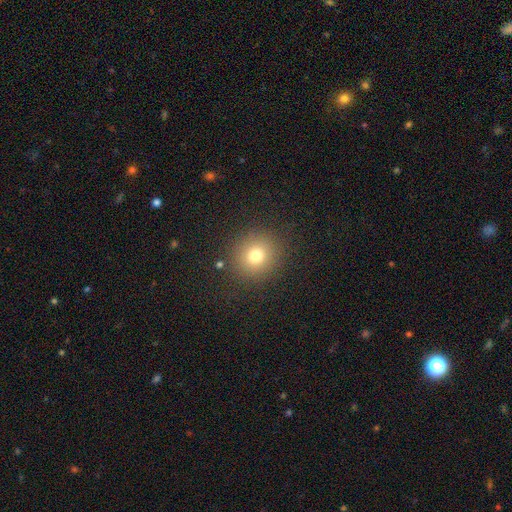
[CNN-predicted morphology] smooth-or-featured: smooth: 75% | star or artifact: 16% | featured or disk: 9%
  how-rounded: round: 89% | in between: 10% | cigar-shaped: 1%
  merging: none: 88% | minor disturbance: 7% | major disturbance: 4% | merger: 2%